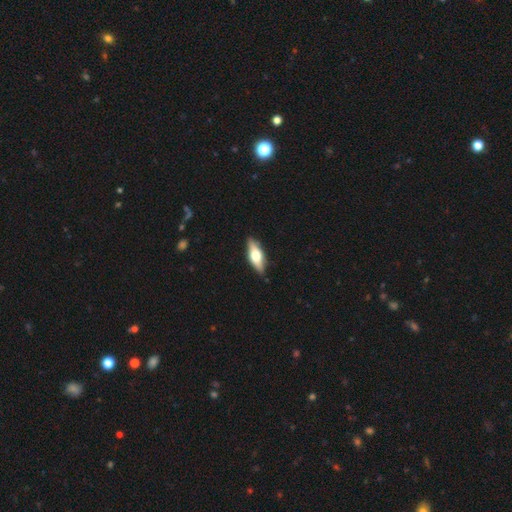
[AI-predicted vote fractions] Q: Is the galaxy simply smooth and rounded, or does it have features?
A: featured or disk — 55%.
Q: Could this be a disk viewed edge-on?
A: yes — 91%.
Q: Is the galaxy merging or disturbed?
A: none — 86%.